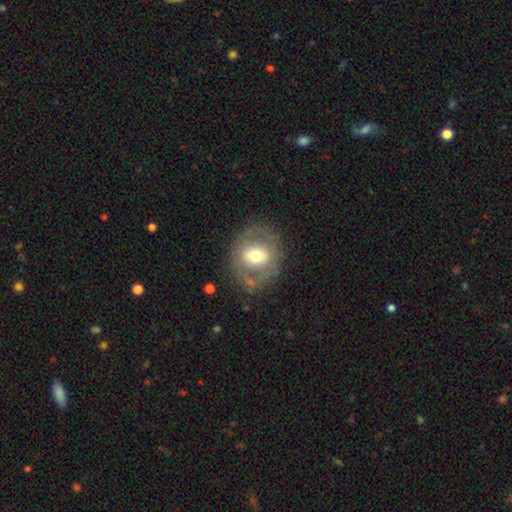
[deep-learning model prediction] Overall: smooth (49%; featured or disk 43%). Merging: none (73%).